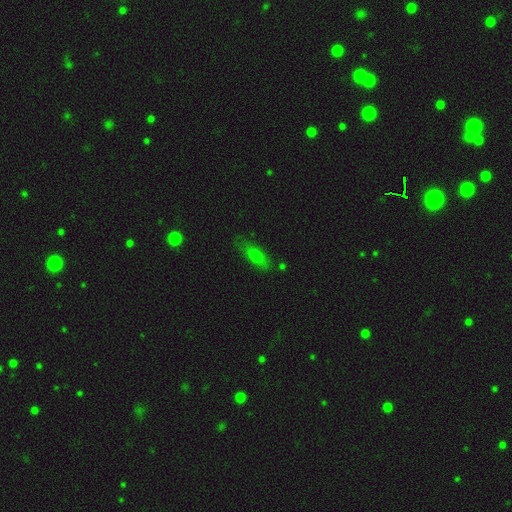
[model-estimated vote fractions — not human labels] smooth_or_featured: smooth (p=0.68) [alt: featured or disk p=0.20]
how_rounded: in between (p=0.64) [alt: cigar-shaped p=0.32]
merging: none (p=0.76) [alt: minor disturbance p=0.17]